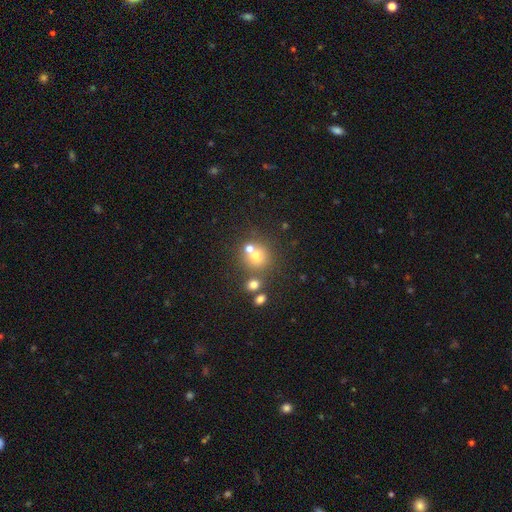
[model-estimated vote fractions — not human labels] A smooth galaxy with no disk features (67%) that is round (86%).

Vote fractions:
- Smooth or featured? smooth: 67% / star or artifact: 17% / featured or disk: 16%
- How rounded? round: 86% / in between: 13% / cigar-shaped: 1%
- Merging? none: 51% / merger: 36% / minor disturbance: 8% / major disturbance: 4%